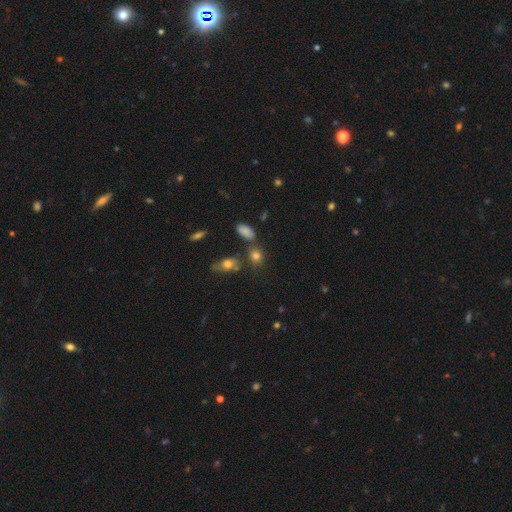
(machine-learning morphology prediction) smooth 74%, star or artifact 16%, featured or disk 10%. Down the decision tree: how rounded — round (55%); merging — none (65%).